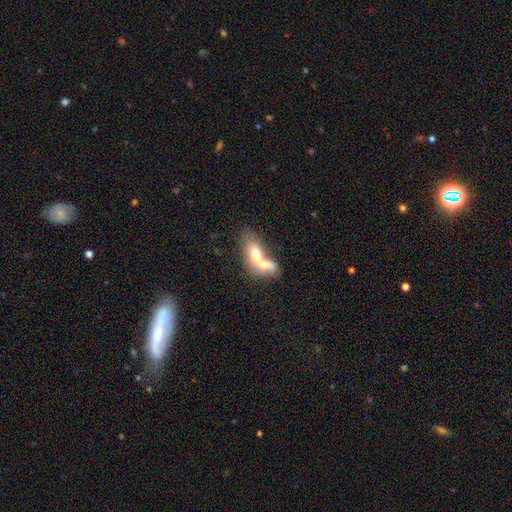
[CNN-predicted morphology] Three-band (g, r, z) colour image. It shows a smooth galaxy with no disk features (61%) that is in between round and cigar-shaped (74%). Merging: merger (74%).